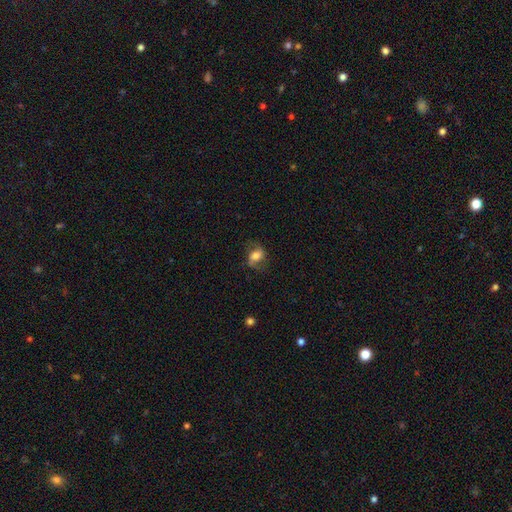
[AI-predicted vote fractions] A smooth galaxy with no disk features (56%) that is in between round and cigar-shaped (68%). Merging: none (63%).